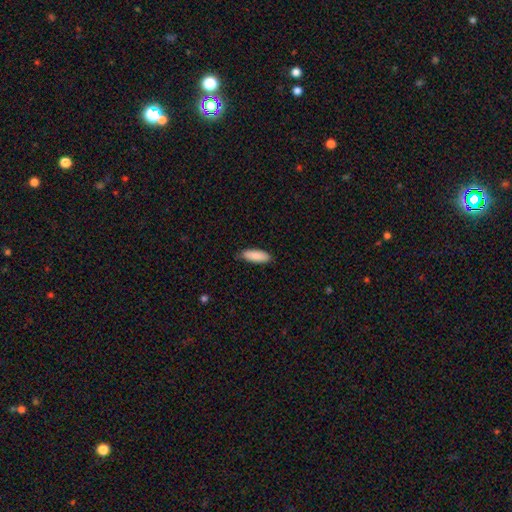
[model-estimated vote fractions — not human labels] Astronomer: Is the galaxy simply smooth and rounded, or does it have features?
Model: smooth — 89%.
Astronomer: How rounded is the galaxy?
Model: in between — 69%.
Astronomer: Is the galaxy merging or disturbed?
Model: none — 85%.